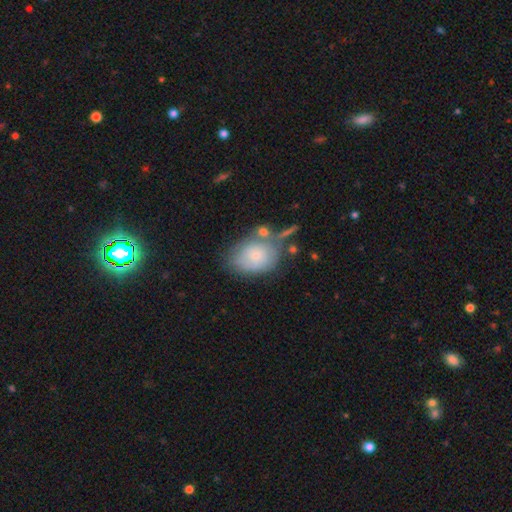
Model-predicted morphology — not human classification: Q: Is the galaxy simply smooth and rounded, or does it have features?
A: smooth — 62%.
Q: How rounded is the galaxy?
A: in between — 63%.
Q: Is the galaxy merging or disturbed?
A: none — 45%.